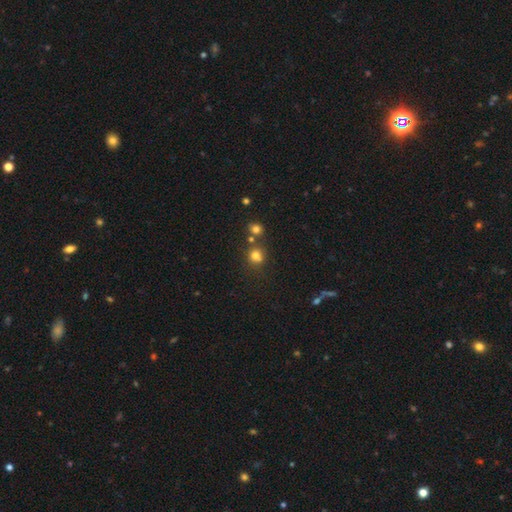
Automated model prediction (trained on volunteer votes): Smooth or featured? Predicted: smooth (p=0.74). How rounded? Predicted: round (p=0.81). Merging? Predicted: none (p=0.60).